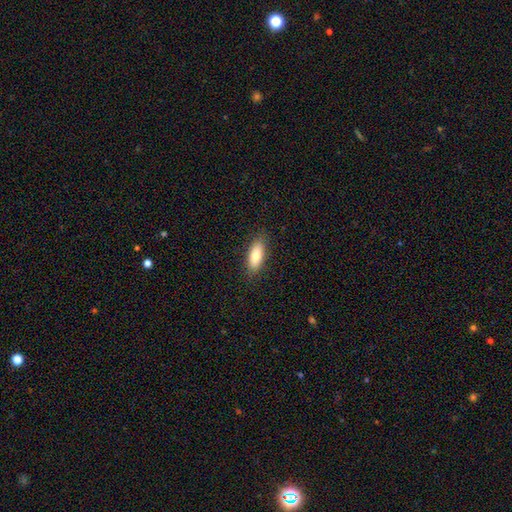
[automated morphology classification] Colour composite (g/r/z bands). It shows a smooth galaxy with no disk features (79%) that is in between round and cigar-shaped (76%). Merging: none (87%).